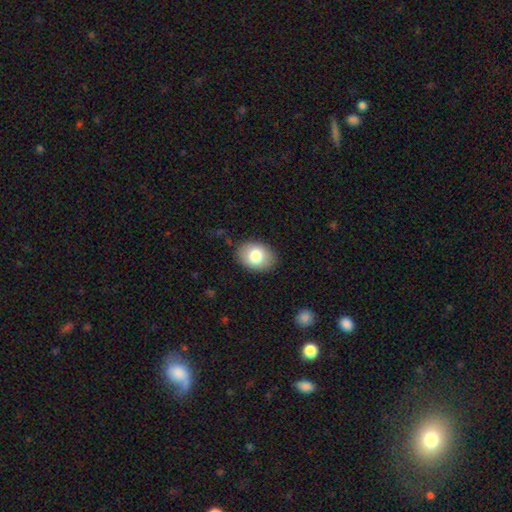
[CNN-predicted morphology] smooth-or-featured: smooth: 80% | featured or disk: 12% | star or artifact: 8%
  how-rounded: in between: 71% | round: 28% | cigar-shaped: 1%
  merging: none: 87% | minor disturbance: 10% | major disturbance: 2% | merger: 1%